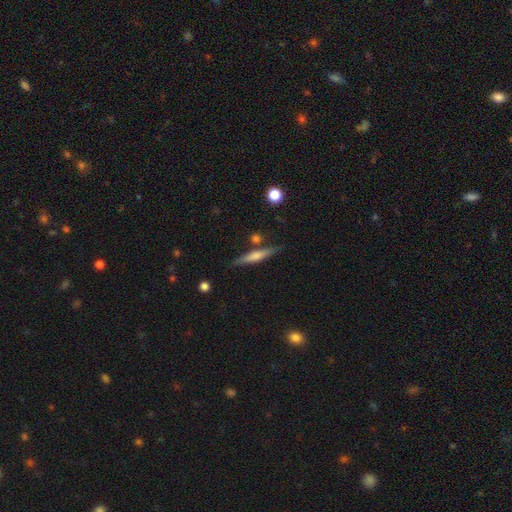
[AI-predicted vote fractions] This is possibly a featured or disk galaxy (52%). It is clearly viewed edge-on (96%). Edge-on bulge: possibly rounded (55%). Merging: clearly none (83%).